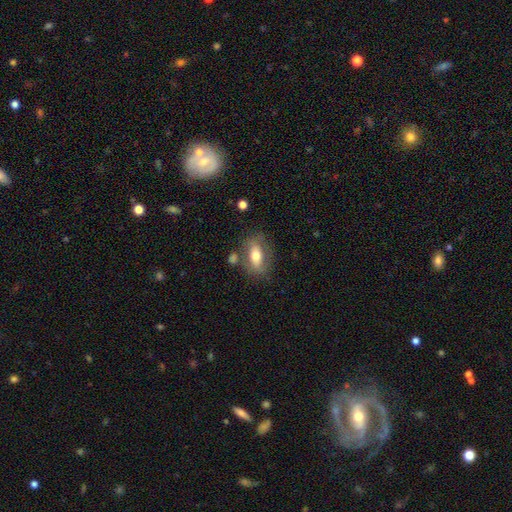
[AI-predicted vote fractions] Smooth or featured?
  - smooth: 57% *
  - featured or disk: 35%
  - star or artifact: 7%
How rounded?
  - in between: 80% *
  - cigar-shaped: 11%
  - round: 10%
Merging?
  - none: 68% *
  - minor disturbance: 17%
  - merger: 8%
  - major disturbance: 7%